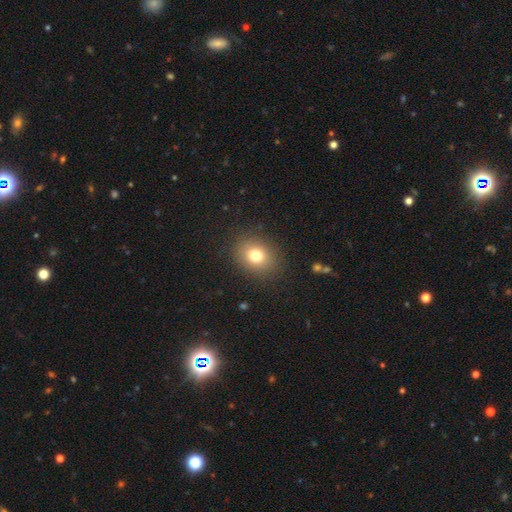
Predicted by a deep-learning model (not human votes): The model was most divided on "how rounded": round: 52%, in between: 47%, cigar-shaped: 1%. More confident: merging — none (88%); smooth or featured — smooth (77%).